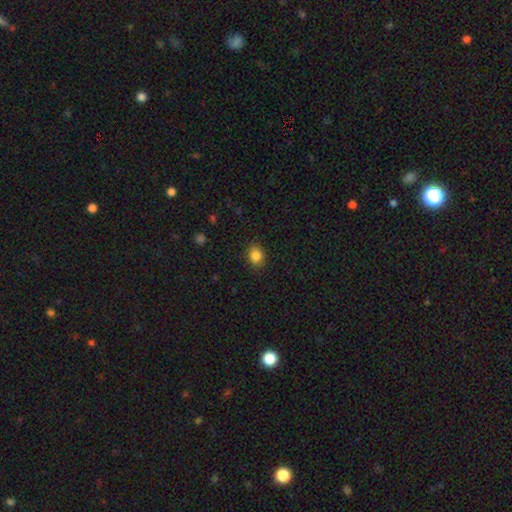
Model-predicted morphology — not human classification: Smooth or featured? smooth (85%)
How rounded? round (54%)
Merging? none (89%)